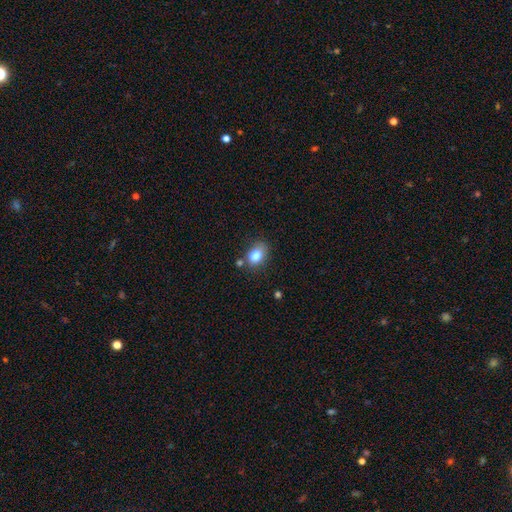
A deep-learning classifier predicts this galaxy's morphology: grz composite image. It shows a smooth galaxy with no disk features (80%) that is in between round and cigar-shaped (60%). Merging: none (68%).